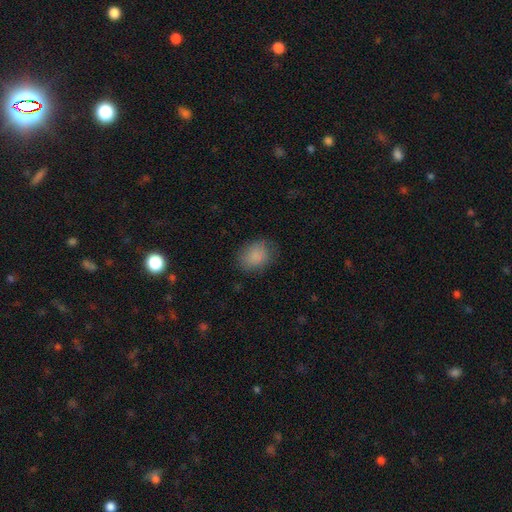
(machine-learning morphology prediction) type=smooth (85%); roundness=in between (59%); merging=none (76%).